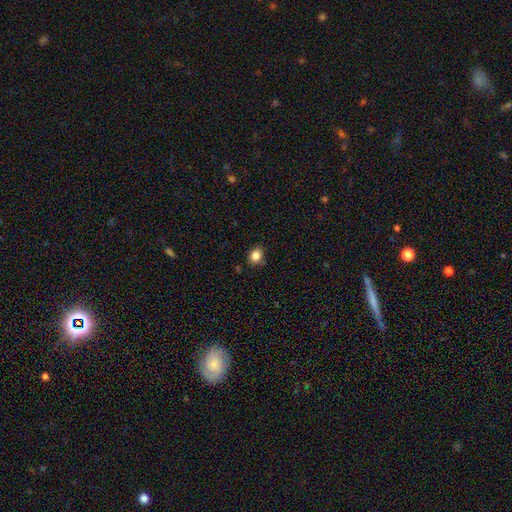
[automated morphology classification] This appears to be a smooth galaxy with no disk features (84%) that is round (54%). Merging: none (82%).